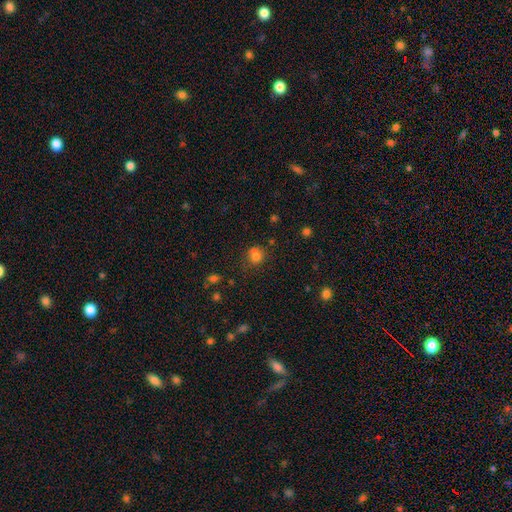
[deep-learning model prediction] This appears to be a smooth galaxy with no disk features (76%) that is round (77%). Merging: none (55%).